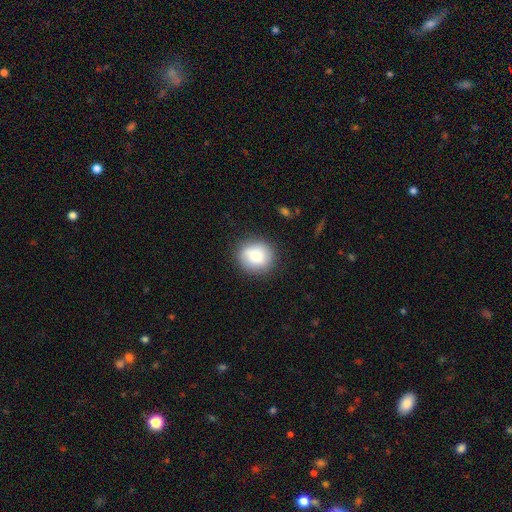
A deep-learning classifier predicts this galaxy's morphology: A smooth galaxy with no disk features (78%) that is round (82%).

Vote fractions:
- Smooth or featured? smooth: 78% / featured or disk: 14% / star or artifact: 8%
- How rounded? round: 82% / in between: 17% / cigar-shaped: 1%
- Merging? none: 82% / minor disturbance: 12% / major disturbance: 4% / merger: 2%